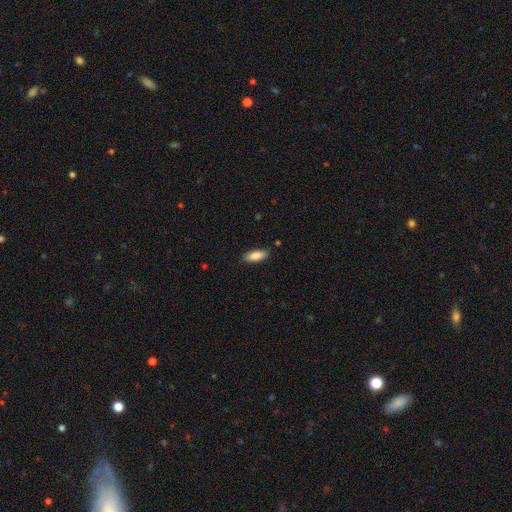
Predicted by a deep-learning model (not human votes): Overall: smooth (86%). How rounded: in between (76%). Merging: none (87%).